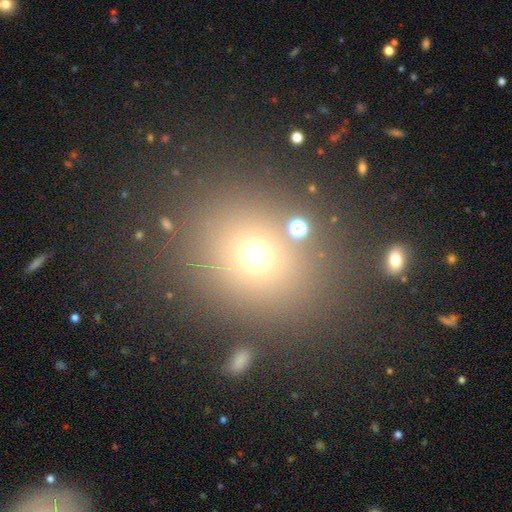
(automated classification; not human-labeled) Morphology: type=smooth (65%); roundness=round (76%); merging=none (80%).